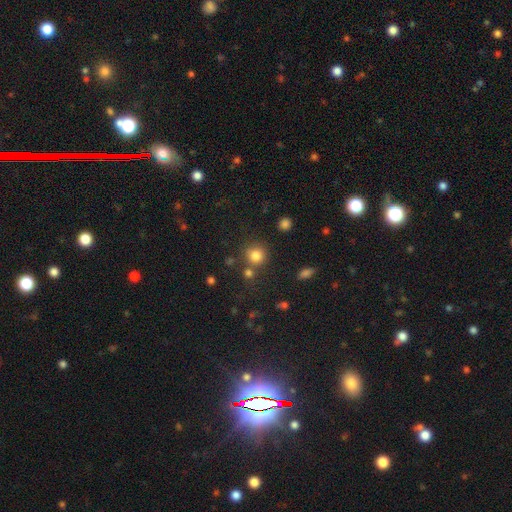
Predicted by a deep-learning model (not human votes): This appears to be a smooth galaxy with no disk features (81%) that is round (89%). Merging: none (73%).